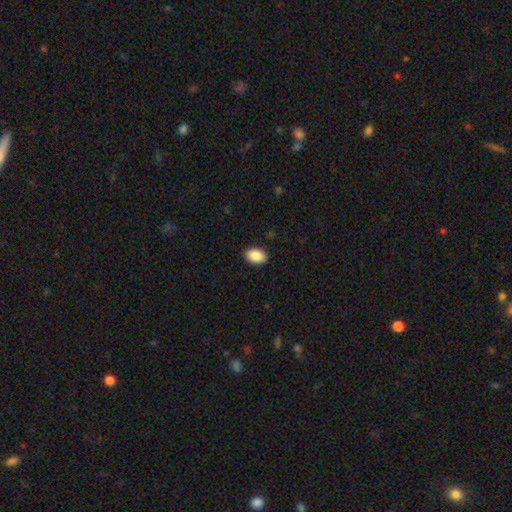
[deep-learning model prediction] This is clearly a smooth galaxy (90%). How rounded: clearly in between (88%). Merging: clearly none (90%).